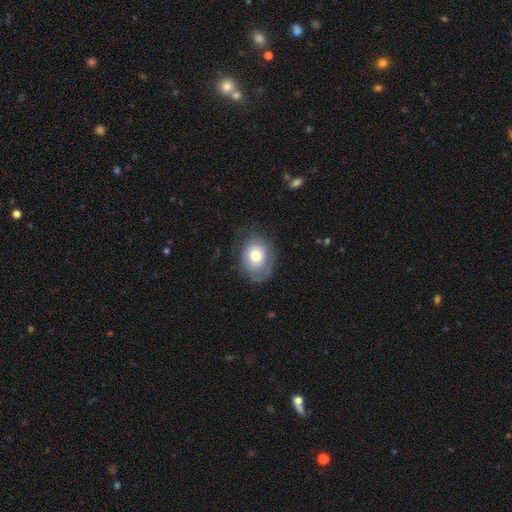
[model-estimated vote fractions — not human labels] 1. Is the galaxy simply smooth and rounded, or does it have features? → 63% smooth, 29% featured or disk, 7% star or artifact.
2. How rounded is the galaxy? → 59% in between, 40% round, 1% cigar-shaped.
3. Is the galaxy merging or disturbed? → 65% none, 22% minor disturbance, 12% major disturbance, 1% merger.